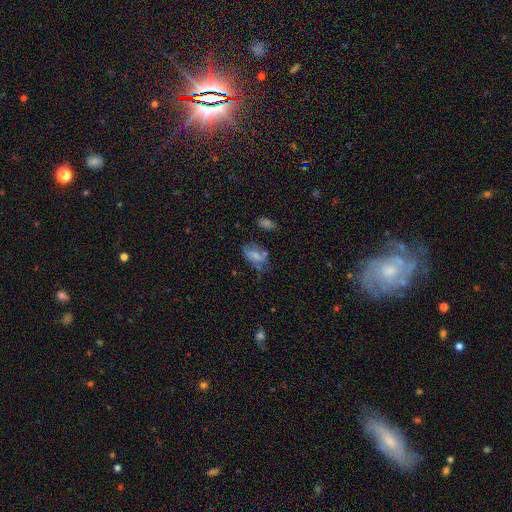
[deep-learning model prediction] Q: Smooth or featured?
A: smooth (57%); runner-up: featured or disk (32%)
Q: How rounded?
A: in between (89%); runner-up: round (7%)
Q: Merging?
A: none (41%); runner-up: minor disturbance (29%)